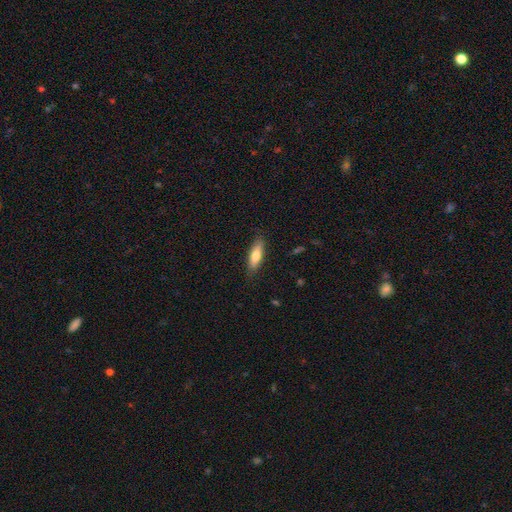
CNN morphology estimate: This appears to be a smooth galaxy with no disk features (73%) that is cigar-shaped (50%). Merging: none (84%).